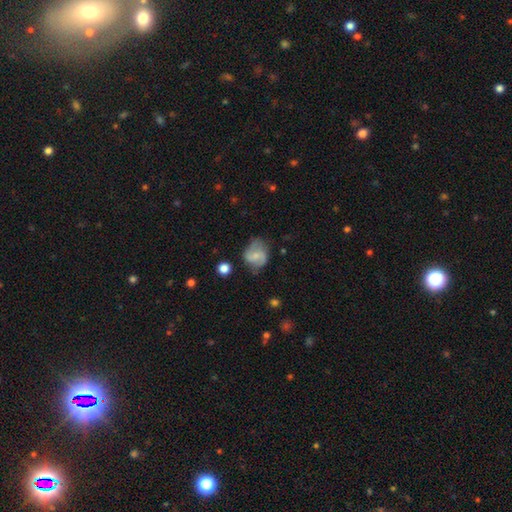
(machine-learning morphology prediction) Smooth or featured?
  - featured or disk: 52% *
  - smooth: 40%
  - star or artifact: 8%
Edge-on disk?
  - no: 97% *
  - yes: 3%
Bar?
  - no: 46% *
  - weak: 42%
  - strong: 12%
Spiral arms?
  - yes: 84% *
  - no: 16%
Bulge size?
  - small: 55% *
  - moderate: 29%
  - none: 13%
  - large: 2%
  - dominant: 1%
Merging?
  - none: 58% *
  - minor disturbance: 28%
  - major disturbance: 11%
  - merger: 3%